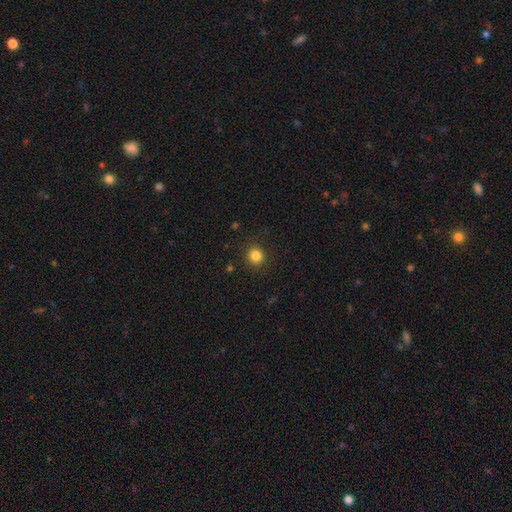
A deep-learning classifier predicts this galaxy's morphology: A smooth galaxy with no disk features (84%) that is round (91%).

Vote fractions:
- Smooth or featured? smooth: 84% / star or artifact: 12% / featured or disk: 4%
- How rounded? round: 91% / in between: 8% / cigar-shaped: 1%
- Merging? none: 90% / minor disturbance: 6% / major disturbance: 2% / merger: 1%